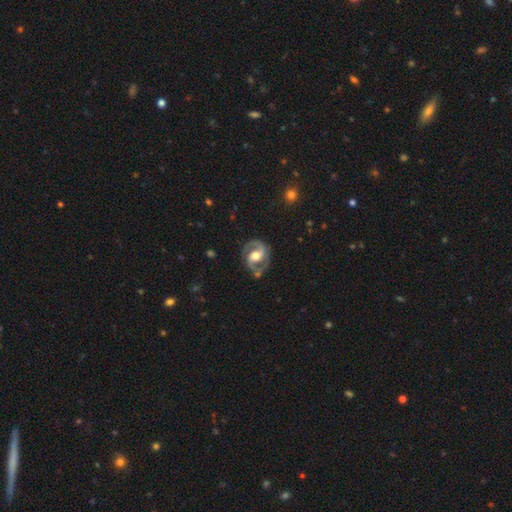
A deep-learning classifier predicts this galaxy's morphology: featured or disk 88%, smooth 8%, star or artifact 4%. Down the decision tree: edge-on disk — no (98%); bar — weak (42%); spiral arms — yes (95%); spiral arm count — 2 (92%); spiral winding — medium (58%); bulge size — moderate (68%); merging — none (77%).